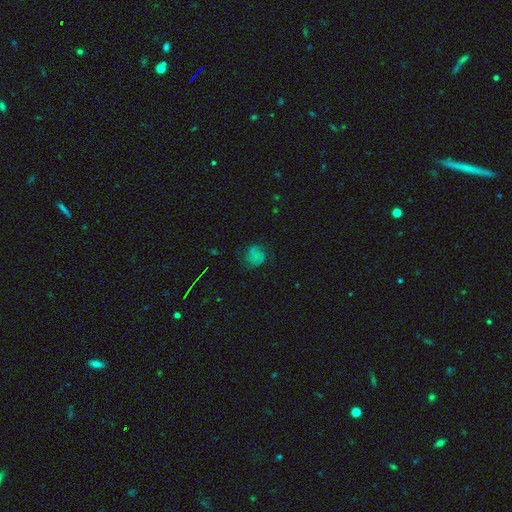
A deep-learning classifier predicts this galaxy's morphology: type=smooth (55%); roundness=round (72%); merging=none (60%).